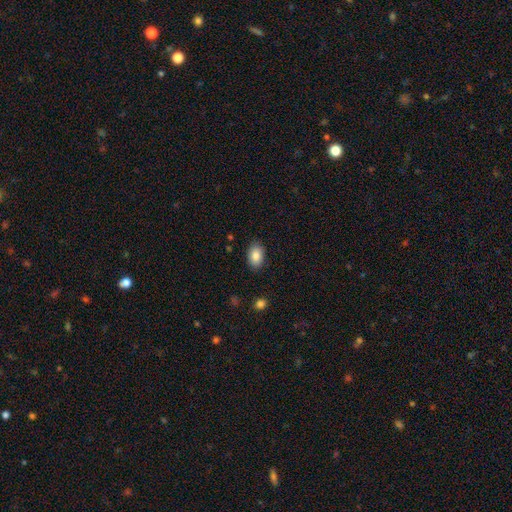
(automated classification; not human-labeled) A smooth galaxy with no disk features (86%) that is in between round and cigar-shaped (88%). Merging: none (87%).